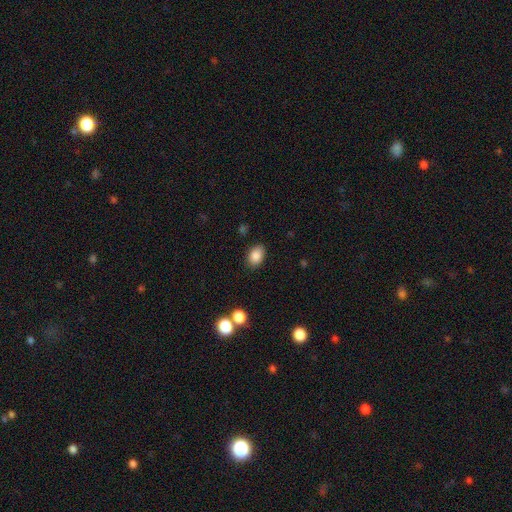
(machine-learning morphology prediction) Smooth or featured?
  - smooth: 86% *
  - star or artifact: 9%
  - featured or disk: 5%
How rounded?
  - in between: 80% *
  - round: 19%
  - cigar-shaped: 1%
Merging?
  - none: 84% *
  - minor disturbance: 12%
  - major disturbance: 3%
  - merger: 2%